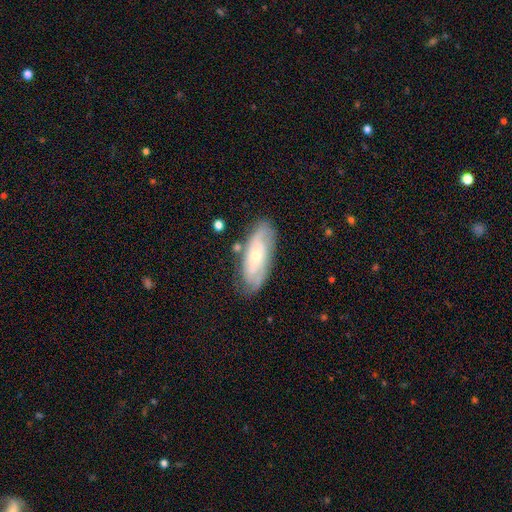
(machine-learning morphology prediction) A featured or disk galaxy (70%) with no bar (71%), 2 (43%) tight (57%) spiral arms (85%) and a small central bulge (64%).

Vote fractions:
- Smooth or featured? featured or disk: 70% / smooth: 24% / star or artifact: 6%
- Edge-on disk? no: 88% / yes: 12%
- Bar? no: 71% / weak: 23% / strong: 7%
- Spiral arms? yes: 85% / no: 15%
- Spiral winding? tight: 57% / medium: 32% / loose: 11%
- Spiral arm count? 2: 43% / can't tell: 37% / 3: 10% / 1: 4% / 4: 4% / more than 4: 2%
- Bulge size? small: 64% / moderate: 32% / large: 2% / none: 1% / dominant: 1%
- Merging? none: 76% / minor disturbance: 17% / major disturbance: 4% / merger: 3%